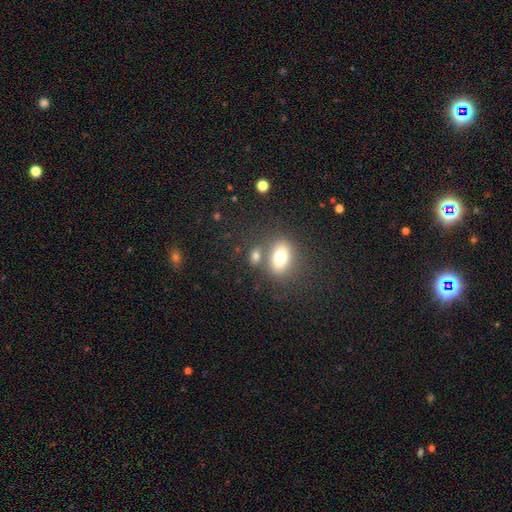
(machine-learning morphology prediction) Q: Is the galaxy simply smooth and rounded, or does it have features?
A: smooth — 75%.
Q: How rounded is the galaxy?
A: in between — 73%.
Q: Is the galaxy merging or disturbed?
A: none — 56%.